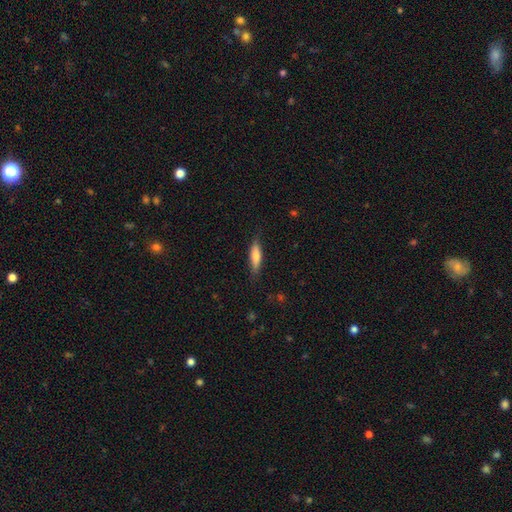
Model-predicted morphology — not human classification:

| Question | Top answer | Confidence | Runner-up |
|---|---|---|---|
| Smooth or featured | smooth | 70% | featured or disk (24%) |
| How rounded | cigar-shaped | 65% | in between (33%) |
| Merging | none | 80% | minor disturbance (15%) |